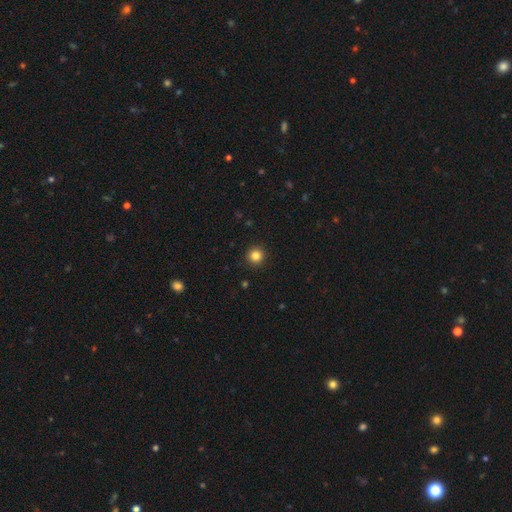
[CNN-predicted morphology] type=smooth (84%); roundness=round (96%); merging=none (93%).